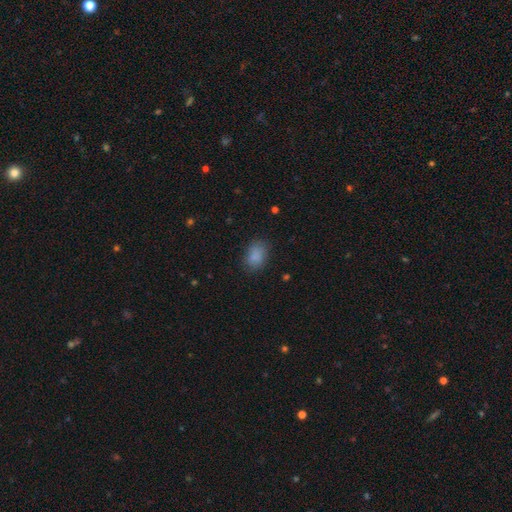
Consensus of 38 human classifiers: Smooth or featured? smooth (87%)
How rounded? in between (73%)
Merging? none (69%)